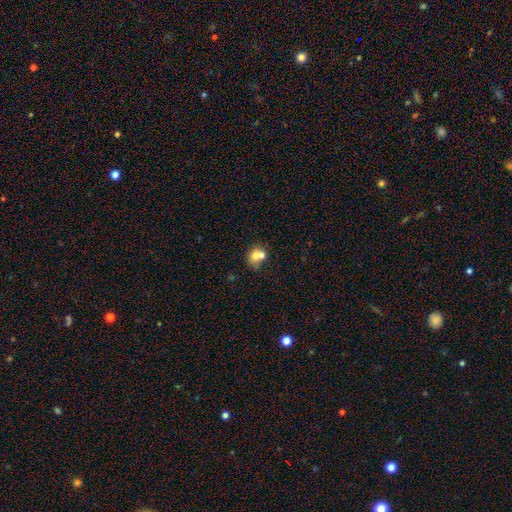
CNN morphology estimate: smooth-or-featured: smooth: 68% | featured or disk: 21% | star or artifact: 11%
  how-rounded: round: 62% | in between: 37% | cigar-shaped: 1%
  merging: merger: 51% | none: 36% | minor disturbance: 9% | major disturbance: 4%